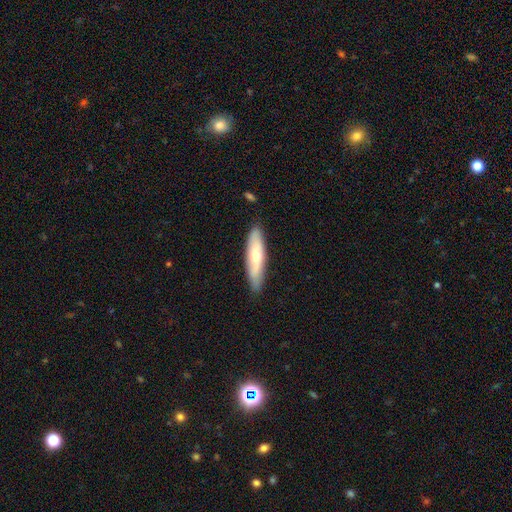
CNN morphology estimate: Overall: smooth (57%; featured or disk 38%). How rounded: cigar-shaped (68%; in between 30%). Merging: none (85%).